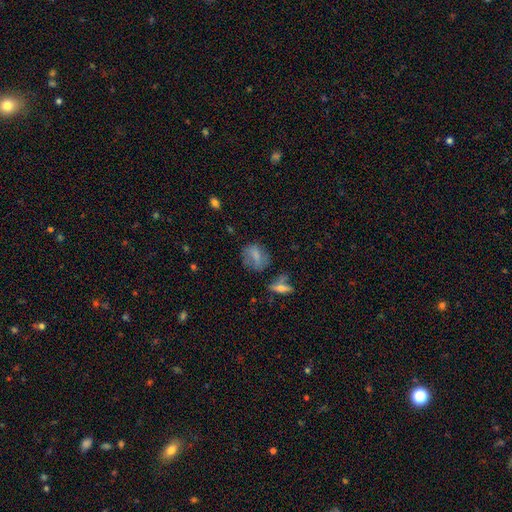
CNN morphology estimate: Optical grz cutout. It shows a smooth galaxy with no disk features (68%) that is in between round and cigar-shaped (51%). Merging: none (58%).